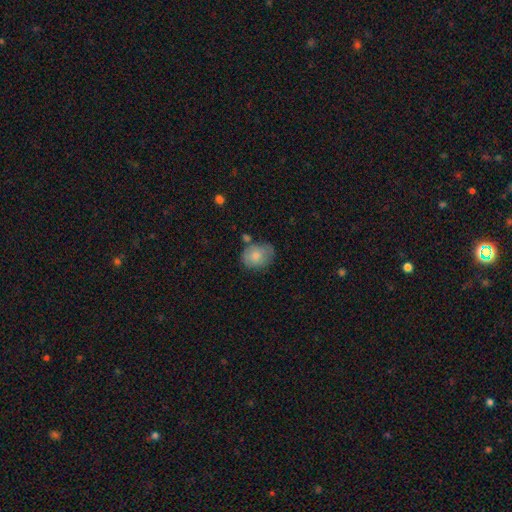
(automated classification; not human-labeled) This is likely a smooth galaxy (77%). How rounded: possibly in between (53%). Merging: possibly none (56%).